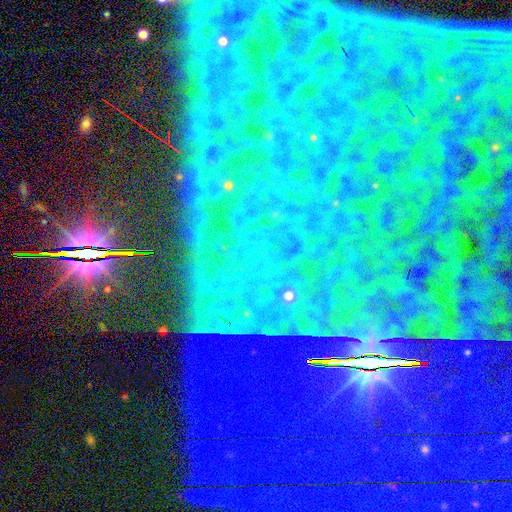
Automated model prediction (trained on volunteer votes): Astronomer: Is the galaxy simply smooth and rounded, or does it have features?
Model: star or artifact — 85%.